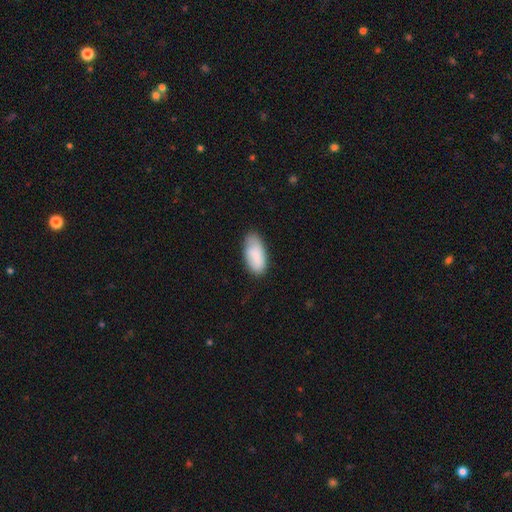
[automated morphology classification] Smooth or featured?
  - smooth: 86% *
  - featured or disk: 9%
  - star or artifact: 6%
How rounded?
  - in between: 90% *
  - cigar-shaped: 8%
  - round: 2%
Merging?
  - none: 73% *
  - minor disturbance: 22%
  - major disturbance: 4%
  - merger: 1%